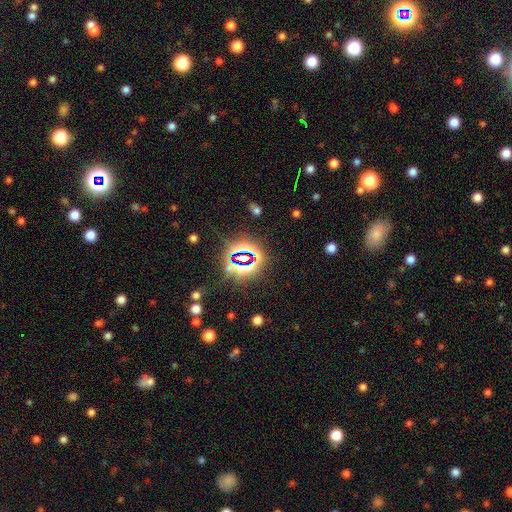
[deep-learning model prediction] Smooth or featured?
  - star or artifact: 79% *
  - smooth: 13%
  - featured or disk: 8%